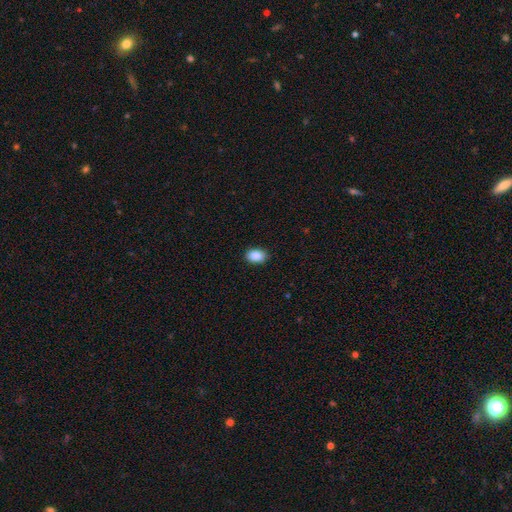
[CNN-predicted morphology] Q: Smooth or featured?
A: smooth (88%); runner-up: star or artifact (8%)
Q: How rounded?
A: in between (82%); runner-up: round (17%)
Q: Merging?
A: none (89%); runner-up: minor disturbance (8%)